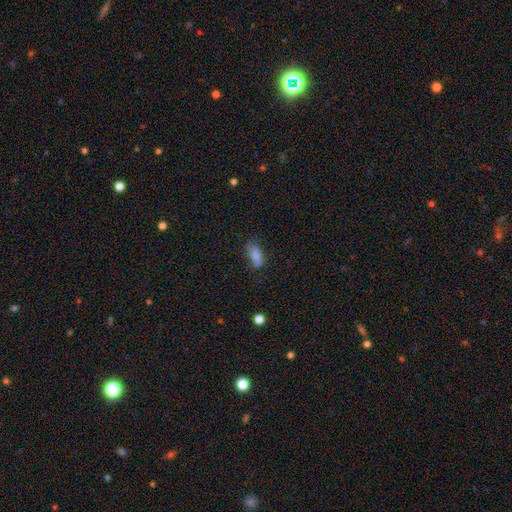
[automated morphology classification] Smooth or featured? Predicted: smooth (p=0.80). How rounded? Predicted: in between (p=0.81). Merging? Predicted: none (p=0.52).